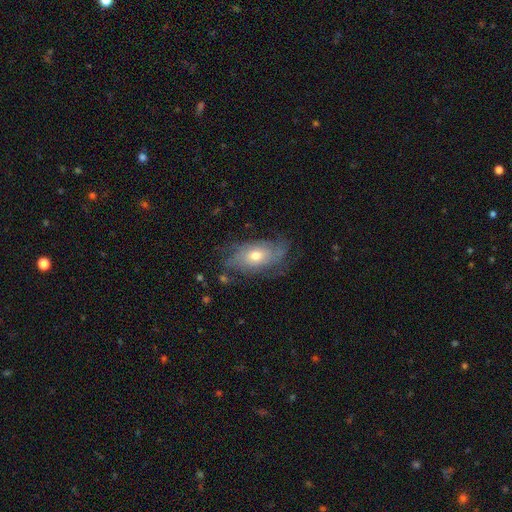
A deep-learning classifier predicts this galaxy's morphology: smooth-or-featured: featured or disk: 58% | smooth: 35% | star or artifact: 8%
  disk-edge-on: no: 90% | yes: 10%
    bar: no: 82% | weak: 15% | strong: 3%
    has-spiral-arms: yes: 71% | no: 29%
    bulge-size: moderate: 66% | small: 27% | large: 6% | none: 1% | dominant: 1%
  merging: none: 63% | minor disturbance: 24% | major disturbance: 11% | merger: 2%